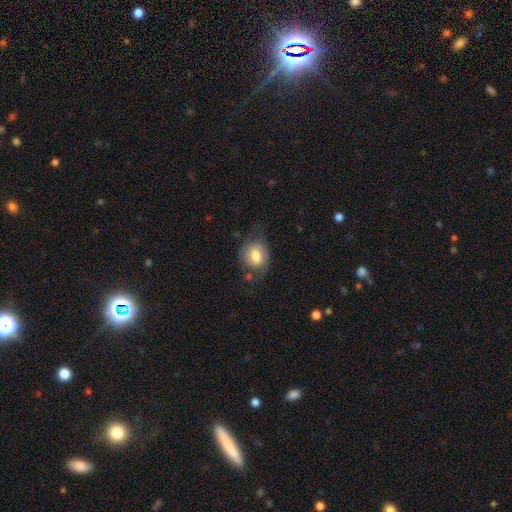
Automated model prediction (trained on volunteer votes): A smooth galaxy with no disk features (71%) that is in between round and cigar-shaped (50%). Merging: none (60%).